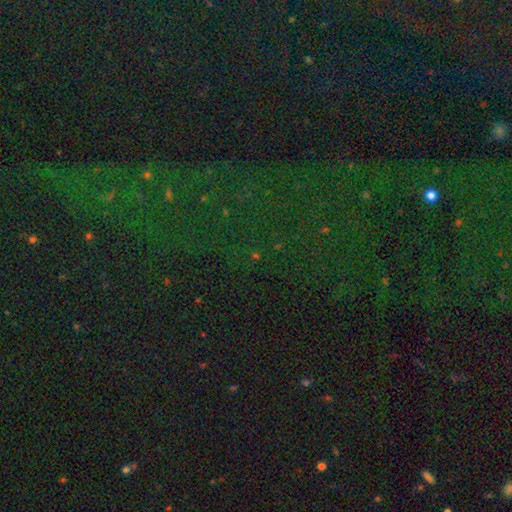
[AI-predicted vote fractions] star or artifact 75%, smooth 17%, featured or disk 8%.